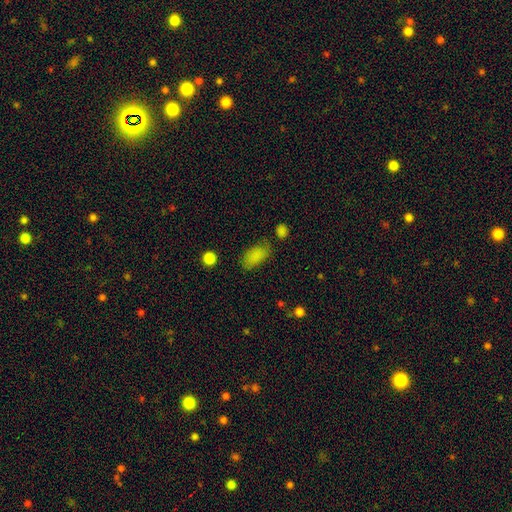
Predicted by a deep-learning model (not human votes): Smooth or featured?
  - smooth: 83% *
  - star or artifact: 10%
  - featured or disk: 7%
How rounded?
  - in between: 92% *
  - round: 5%
  - cigar-shaped: 3%
Merging?
  - none: 64% *
  - minor disturbance: 24%
  - major disturbance: 8%
  - merger: 4%